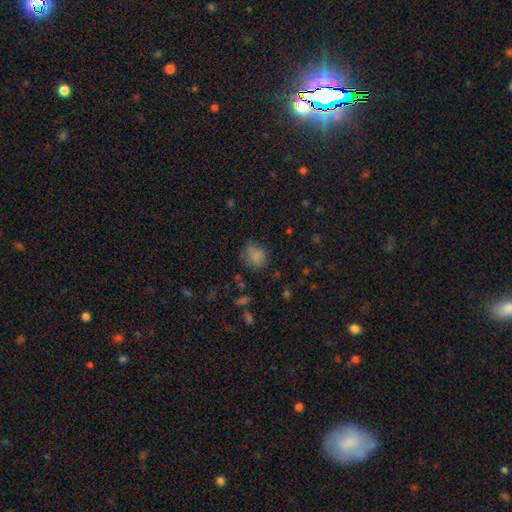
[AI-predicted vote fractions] A smooth galaxy with no disk features (80%) that is round (68%).

Vote fractions:
- Smooth or featured? smooth: 80% / star or artifact: 13% / featured or disk: 8%
- How rounded? round: 68% / in between: 31% / cigar-shaped: 1%
- Merging? none: 69% / minor disturbance: 21% / major disturbance: 7% / merger: 2%